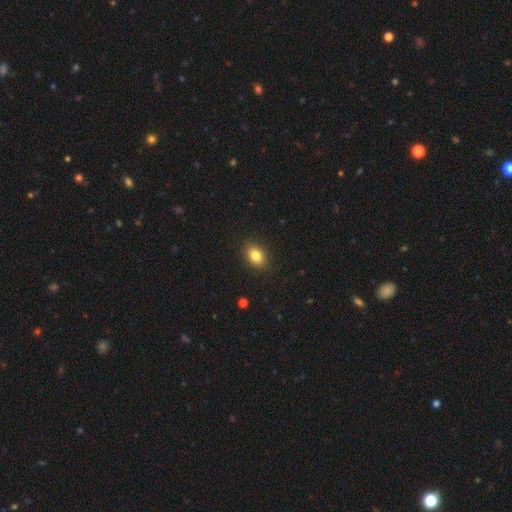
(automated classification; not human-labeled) Overall: smooth (83%). How rounded: in between (73%). Merging: none (88%).